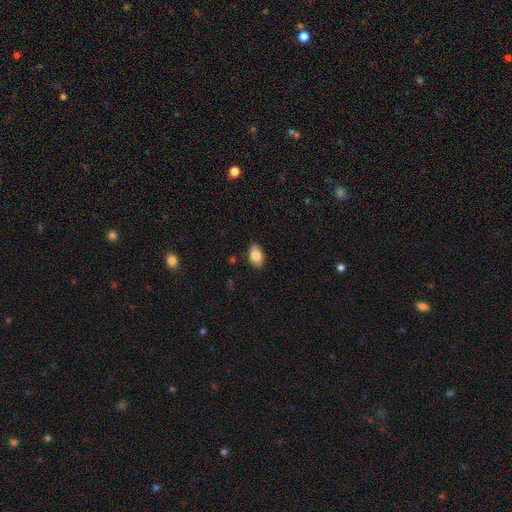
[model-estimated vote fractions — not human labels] The model was most divided on "merging": none: 84%, minor disturbance: 12%, major disturbance: 2%, merger: 1%. More confident: how rounded — in between (89%); smooth or featured — smooth (84%).